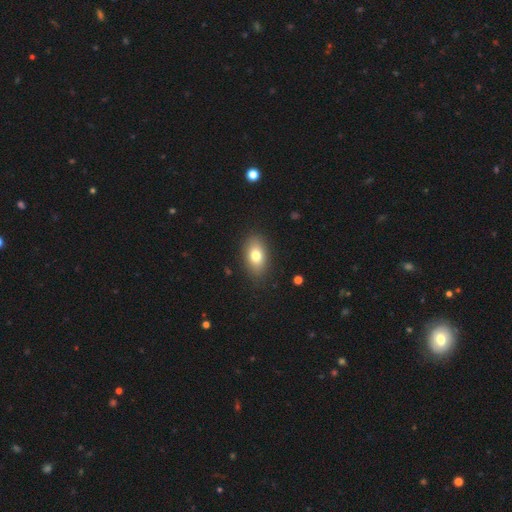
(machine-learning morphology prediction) A smooth galaxy with no disk features (77%) that is in between round and cigar-shaped (88%).

Vote fractions:
- Smooth or featured? smooth: 77% / featured or disk: 14% / star or artifact: 9%
- How rounded? in between: 88% / round: 9% / cigar-shaped: 3%
- Merging? none: 86% / minor disturbance: 10% / major disturbance: 3% / merger: 1%